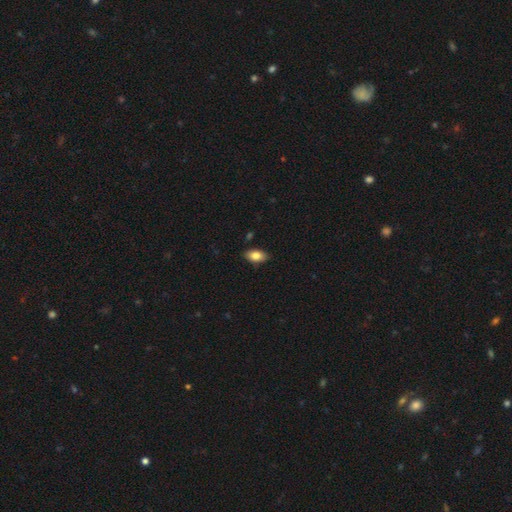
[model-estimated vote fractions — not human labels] This is clearly a smooth galaxy (83%). How rounded: clearly in between (92%). Merging: clearly none (87%).